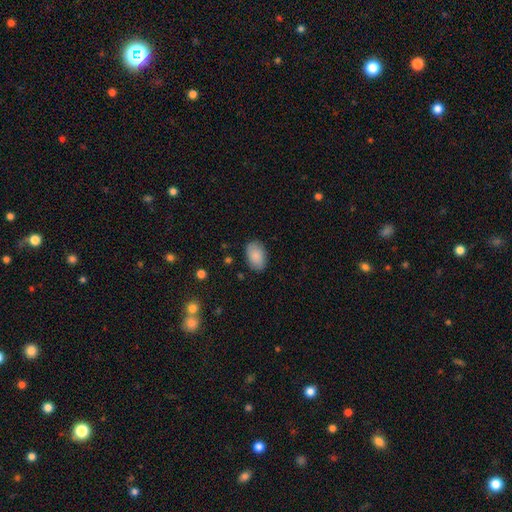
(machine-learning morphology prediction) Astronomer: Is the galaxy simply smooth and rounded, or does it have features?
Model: smooth — 87%.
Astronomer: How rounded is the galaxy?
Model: in between — 90%.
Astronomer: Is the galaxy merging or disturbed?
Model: none — 84%.